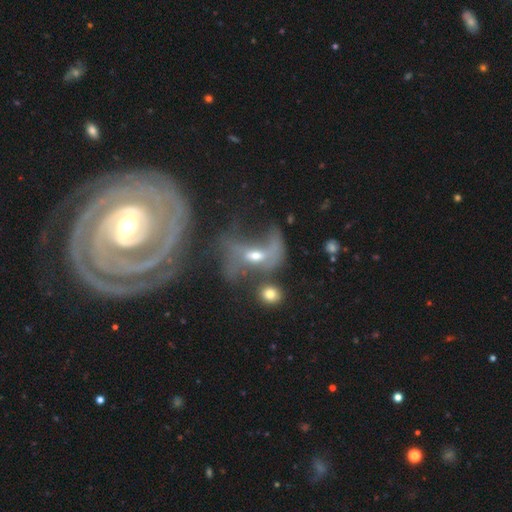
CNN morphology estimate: The model was most divided on "spiral winding": loose: 35%, tight: 34%, medium: 31%. Remaining: edge-on disk — no (94%); spiral arms — yes (75%); smooth or featured — featured or disk (74%); bulge size — moderate (61%); spiral arm count — 2 (53%); bar — no (46%); merging — none (31%).